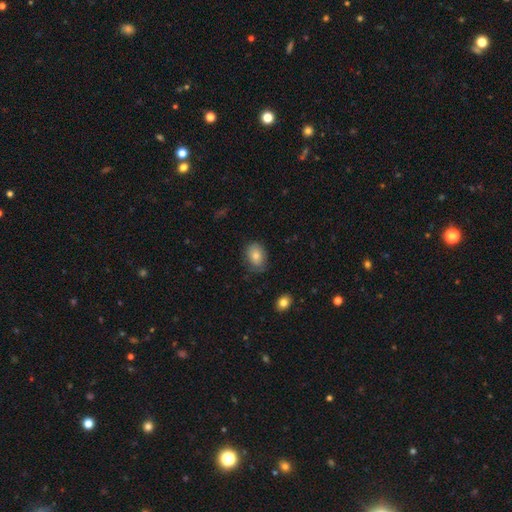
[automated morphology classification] The model was most divided on "how rounded": in between: 70%, round: 29%, cigar-shaped: 1%. More confident: smooth or featured — smooth (80%); merging — none (72%).